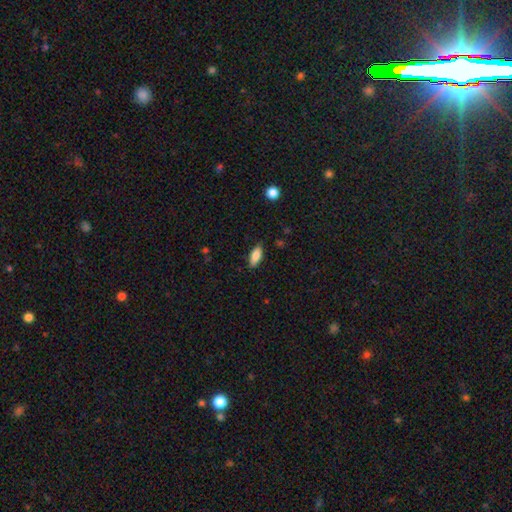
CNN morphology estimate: Q: Smooth or featured?
A: smooth (82%); runner-up: featured or disk (11%)
Q: How rounded?
A: in between (77%); runner-up: cigar-shaped (21%)
Q: Merging?
A: none (82%); runner-up: minor disturbance (14%)